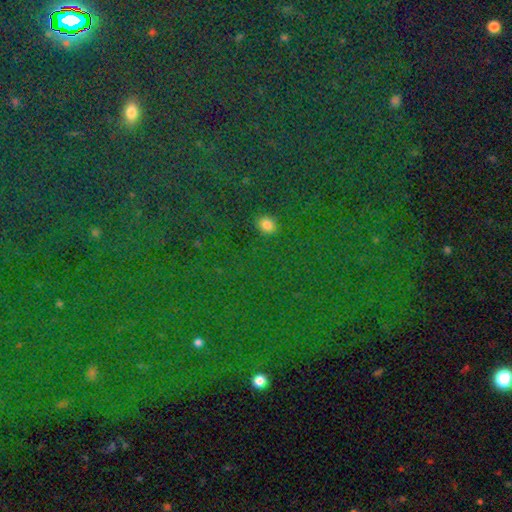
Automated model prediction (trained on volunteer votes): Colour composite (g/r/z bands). It shows a star or artifact, not a galaxy (78%).